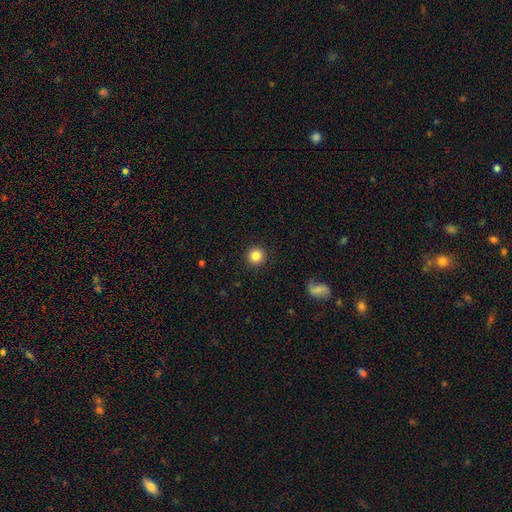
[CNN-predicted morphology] Smooth or featured? smooth (85%)
How rounded? round (95%)
Merging? none (93%)